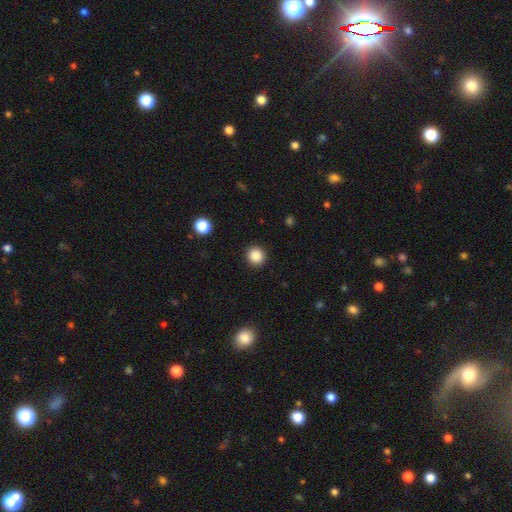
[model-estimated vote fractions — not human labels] A smooth galaxy with no disk features (87%) that is round (92%). Merging: none (92%).